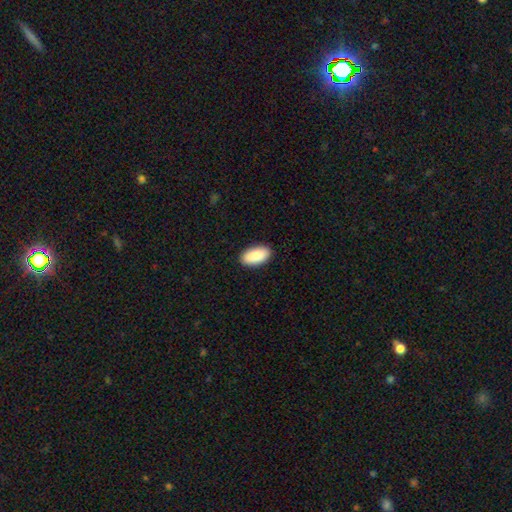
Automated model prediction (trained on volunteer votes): A smooth galaxy with no disk features (89%) that is in between round and cigar-shaped (95%). Merging: none (90%).